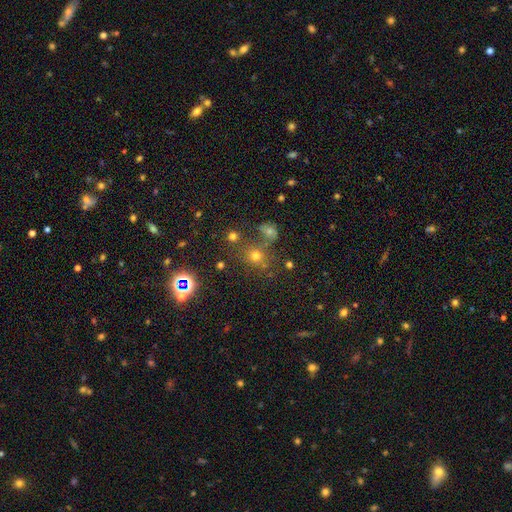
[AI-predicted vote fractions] A smooth galaxy with no disk features (56%) that is round (81%).

Vote fractions:
- Smooth or featured? smooth: 56% / star or artifact: 33% / featured or disk: 11%
- How rounded? round: 81% / in between: 18% / cigar-shaped: 1%
- Merging? none: 66% / merger: 18% / minor disturbance: 11% / major disturbance: 6%